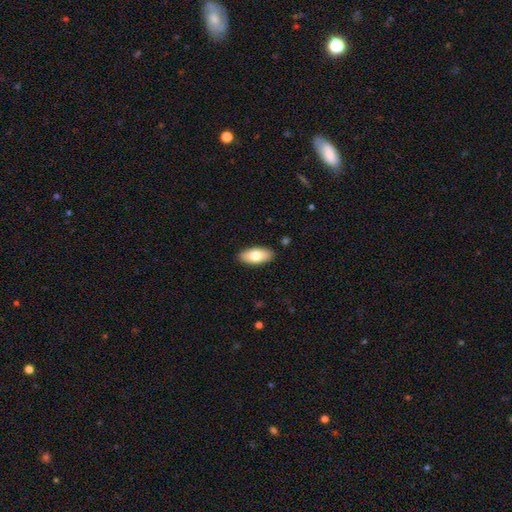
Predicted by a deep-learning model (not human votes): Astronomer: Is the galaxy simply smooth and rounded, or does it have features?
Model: smooth — 75%.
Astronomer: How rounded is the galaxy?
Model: in between — 90%.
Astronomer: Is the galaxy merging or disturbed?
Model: none — 89%.